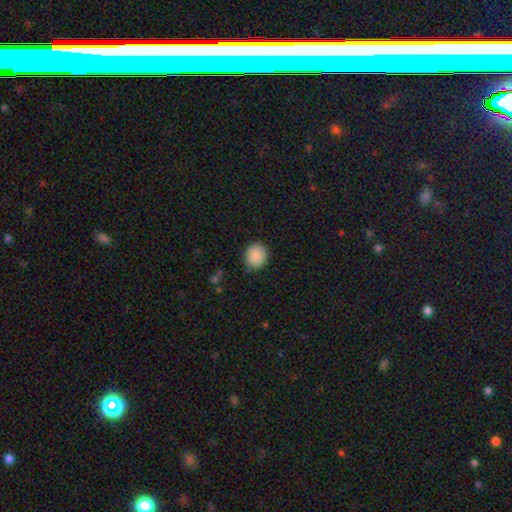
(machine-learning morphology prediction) This is clearly a smooth galaxy (89%). How rounded: likely round (77%). Merging: clearly none (84%).